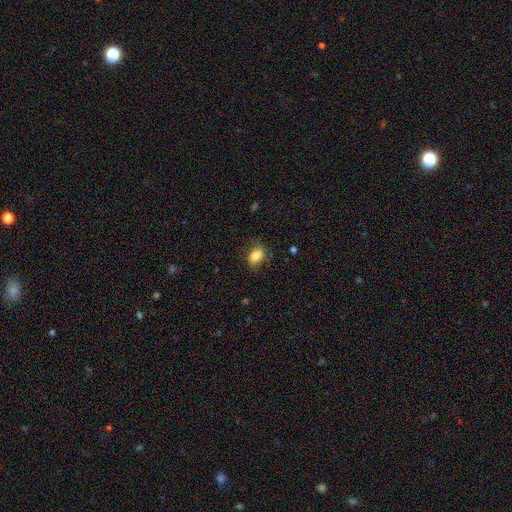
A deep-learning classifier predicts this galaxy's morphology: smooth_or_featured: smooth (p=0.84) [alt: star or artifact p=0.09]
how_rounded: in between (p=0.80) [alt: round p=0.18]
merging: none (p=0.71) [alt: minor disturbance p=0.21]